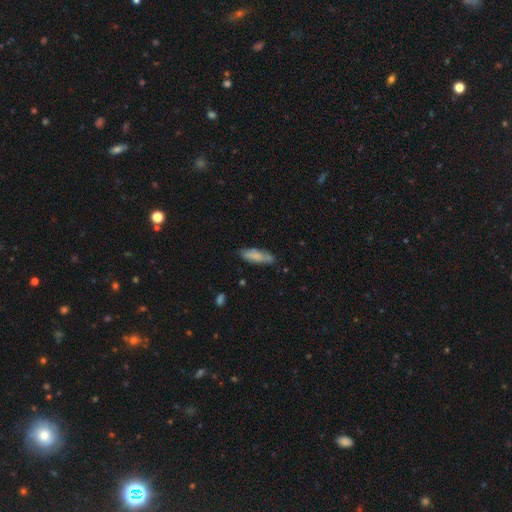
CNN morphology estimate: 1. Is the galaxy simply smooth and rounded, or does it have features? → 71% smooth, 22% featured or disk, 7% star or artifact.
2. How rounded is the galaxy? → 52% in between, 46% cigar-shaped, 2% round.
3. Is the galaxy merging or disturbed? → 71% none, 21% minor disturbance, 4% major disturbance, 4% merger.